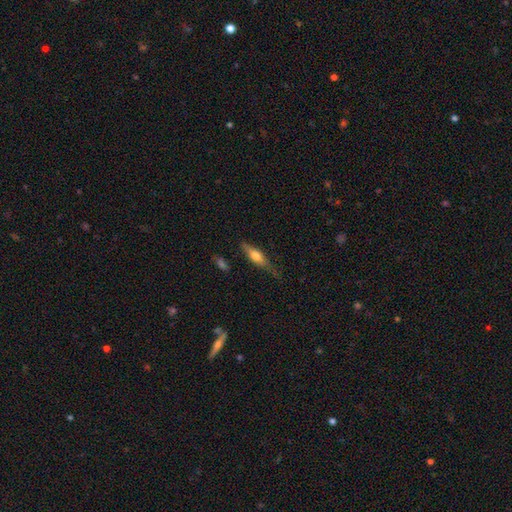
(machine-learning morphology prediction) This appears to be a smooth galaxy with no disk features (56%) that is cigar-shaped (57%). Merging: none (60%).